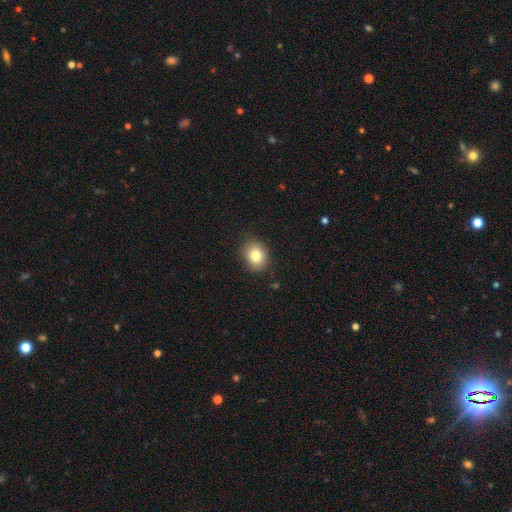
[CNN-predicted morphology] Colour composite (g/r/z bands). It shows a smooth galaxy with no disk features (81%) that is round (57%). Merging: none (86%).